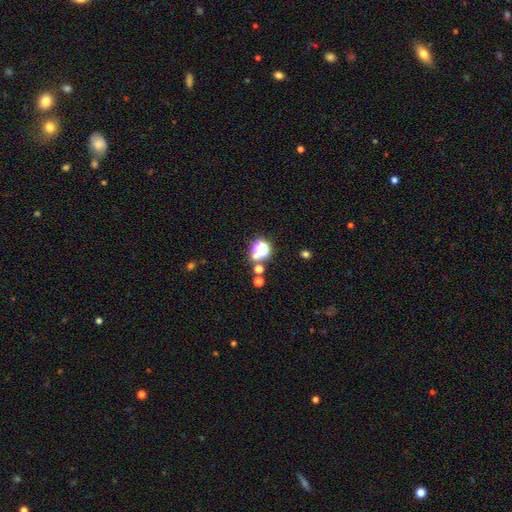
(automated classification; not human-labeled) star or artifact 50%, smooth 40%, featured or disk 10%.